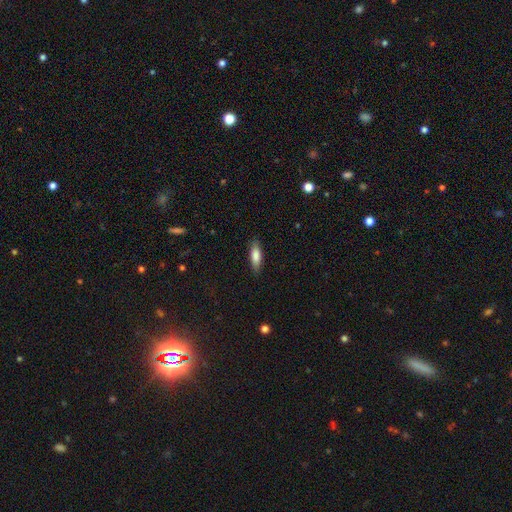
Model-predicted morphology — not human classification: This is clearly a smooth galaxy (81%). How rounded: possibly in between (53%). Merging: clearly none (86%).